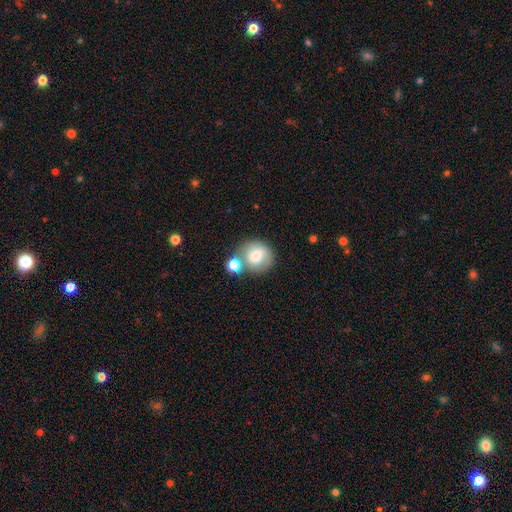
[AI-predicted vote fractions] Smooth or featured?
  - smooth: 70% *
  - featured or disk: 21%
  - star or artifact: 9%
How rounded?
  - round: 86% *
  - in between: 13%
  - cigar-shaped: 1%
Merging?
  - none: 51% *
  - merger: 29%
  - minor disturbance: 14%
  - major disturbance: 6%